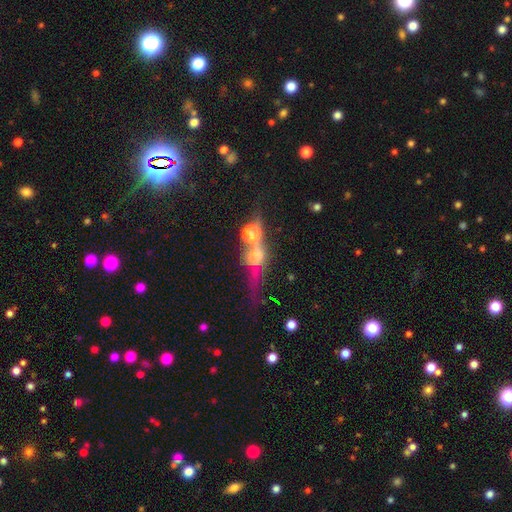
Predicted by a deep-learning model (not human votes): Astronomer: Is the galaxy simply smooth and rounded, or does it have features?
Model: smooth — 38% (runner-up: featured or disk, 33%).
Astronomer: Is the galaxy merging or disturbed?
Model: merger — 41% (runner-up: none, 38%).